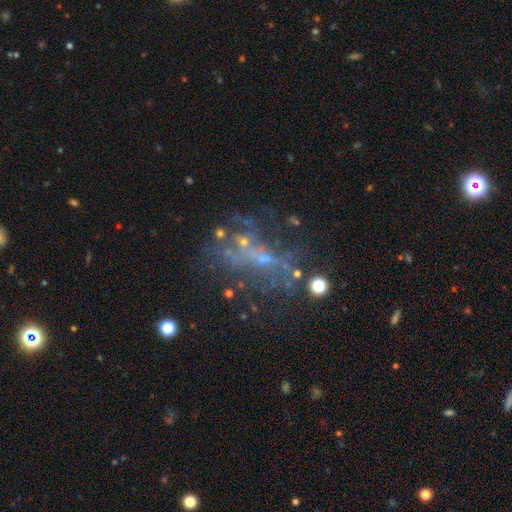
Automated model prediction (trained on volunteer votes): A featured or disk galaxy (53%).

Vote fractions:
- Smooth or featured? featured or disk: 53% / star or artifact: 29% / smooth: 18%
- Edge-on disk? no: 88% / yes: 12%
- Merging? none: 49% / major disturbance: 24% / minor disturbance: 16% / merger: 11%